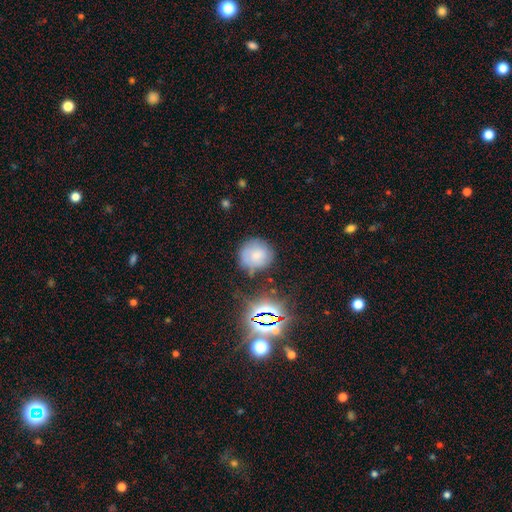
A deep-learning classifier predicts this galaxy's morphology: type=smooth (67%); roundness=round (88%); merging=none (69%).